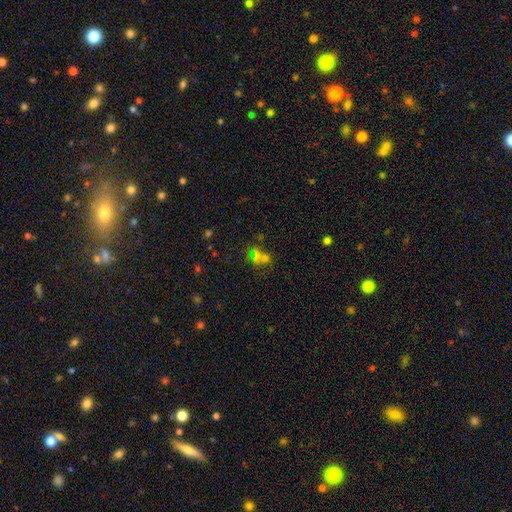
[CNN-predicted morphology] smooth_or_featured: star or artifact (p=0.44) [alt: smooth p=0.41]